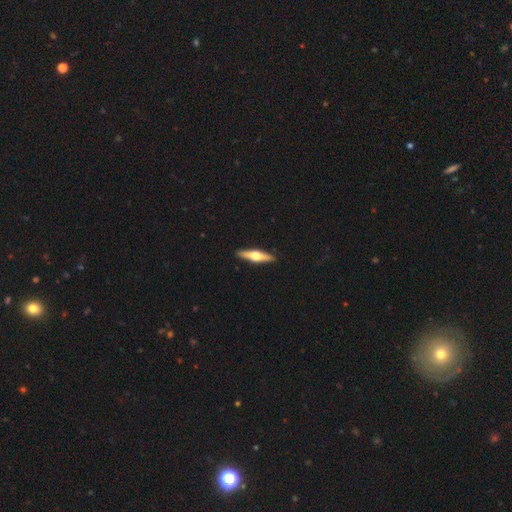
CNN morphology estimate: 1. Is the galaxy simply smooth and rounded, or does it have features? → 65% featured or disk, 31% smooth, 5% star or artifact.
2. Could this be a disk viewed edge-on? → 96% yes, 4% no.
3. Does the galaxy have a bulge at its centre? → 95% rounded, 3% boxy, 2% none.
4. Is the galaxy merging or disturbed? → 92% none, 6% minor disturbance, 1% major disturbance, 1% merger.